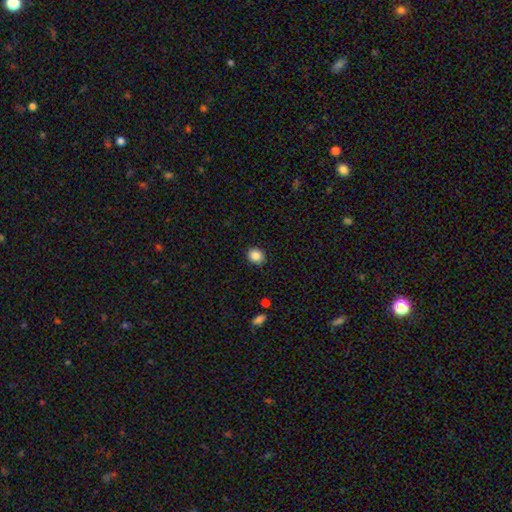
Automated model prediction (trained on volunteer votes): smooth-or-featured: smooth: 86% | star or artifact: 9% | featured or disk: 4%
  how-rounded: round: 68% | in between: 31% | cigar-shaped: 1%
  merging: none: 90% | minor disturbance: 7% | major disturbance: 2% | merger: 1%